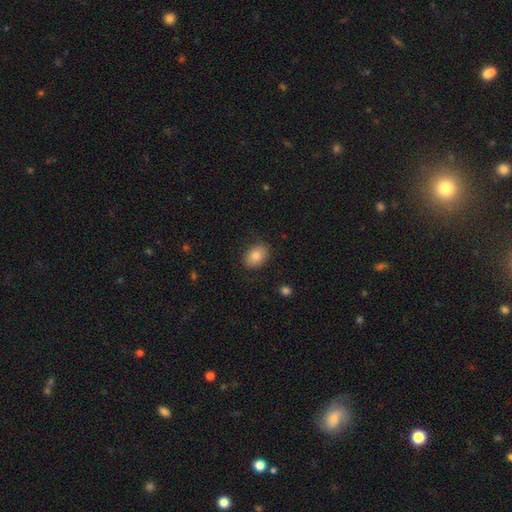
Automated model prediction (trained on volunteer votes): Smooth or featured?
  - smooth: 85% *
  - star or artifact: 8%
  - featured or disk: 8%
How rounded?
  - in between: 81% *
  - round: 18%
  - cigar-shaped: 1%
Merging?
  - none: 85% *
  - minor disturbance: 11%
  - major disturbance: 3%
  - merger: 1%